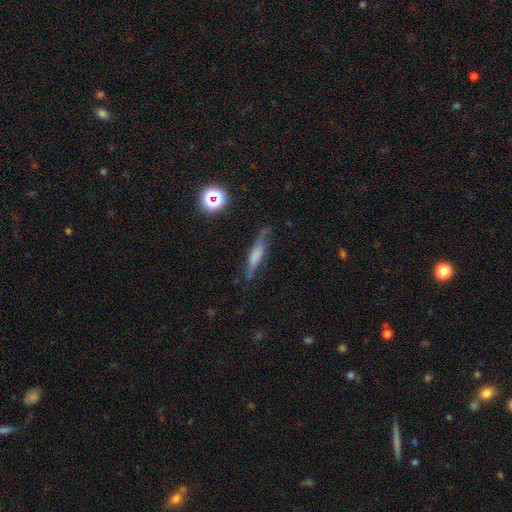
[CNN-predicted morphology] Smooth or featured: smooth — 50% (featured or disk — 39%)
Merging: none — 61% (minor disturbance — 25%)